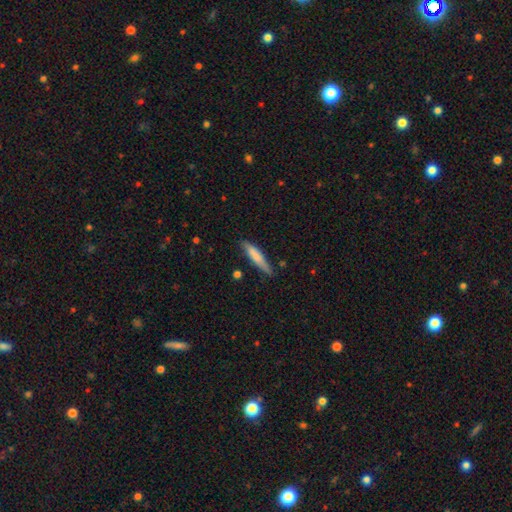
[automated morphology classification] type=smooth (73%); roundness=cigar-shaped (86%); merging=none (79%).